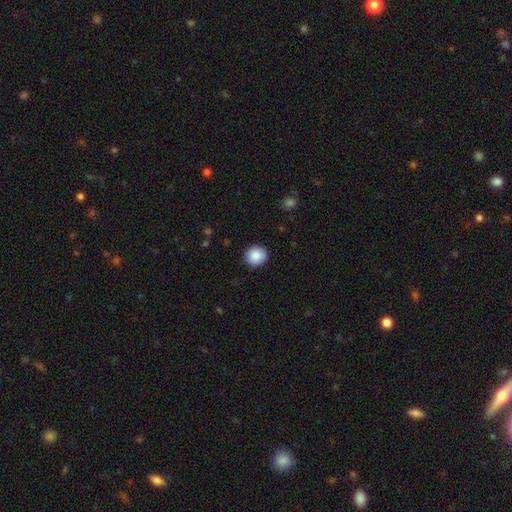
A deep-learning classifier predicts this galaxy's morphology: Smooth or featured? Predicted: smooth (p=0.89). How rounded? Predicted: round (p=0.88). Merging? Predicted: none (p=0.90).